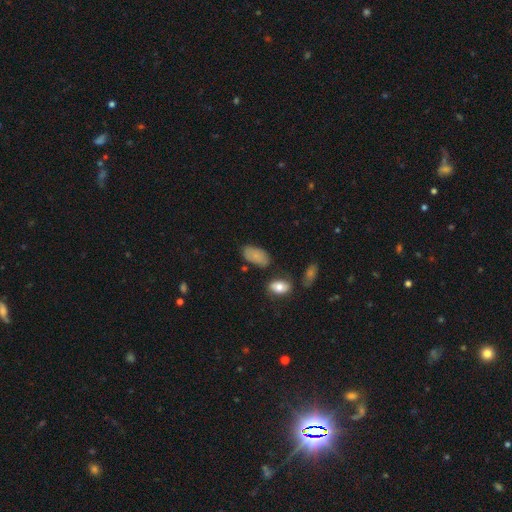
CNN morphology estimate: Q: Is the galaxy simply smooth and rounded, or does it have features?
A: smooth — 77%.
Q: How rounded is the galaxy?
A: in between — 94%.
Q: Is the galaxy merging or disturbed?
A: none — 66%.